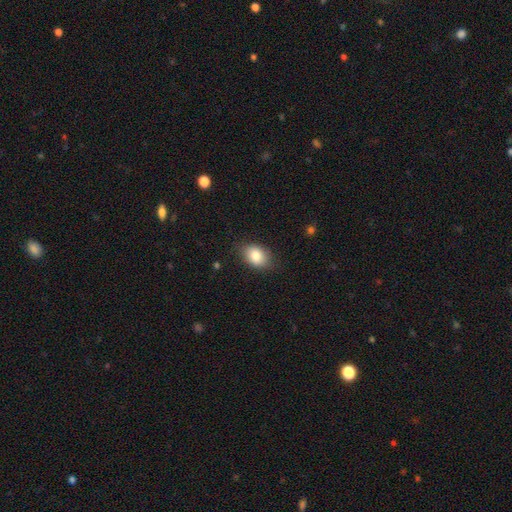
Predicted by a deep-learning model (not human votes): Smooth or featured? Predicted: smooth (p=0.84). How rounded? Predicted: in between (p=0.79). Merging? Predicted: none (p=0.80).